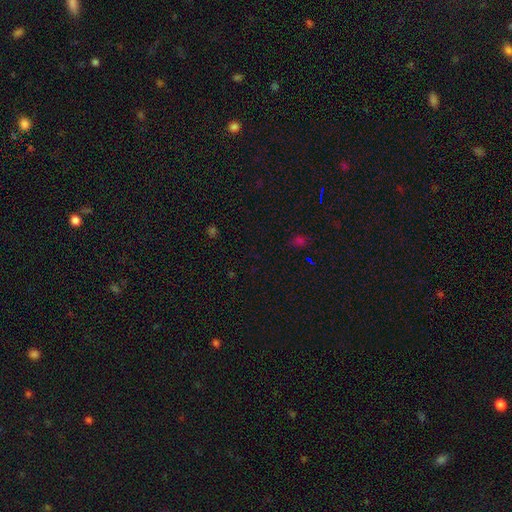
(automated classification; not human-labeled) The model was most divided on "smooth or featured": star or artifact: 62%, smooth: 31%, featured or disk: 7%.